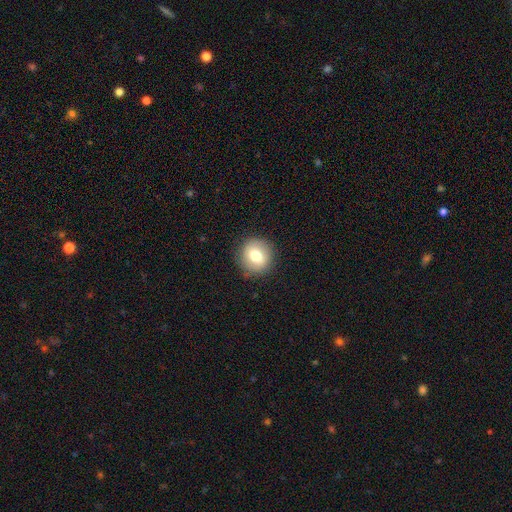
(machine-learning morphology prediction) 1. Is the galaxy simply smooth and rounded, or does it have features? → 74% smooth, 17% featured or disk, 9% star or artifact.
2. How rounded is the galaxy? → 87% round, 12% in between, 1% cigar-shaped.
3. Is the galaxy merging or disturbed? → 88% none, 9% minor disturbance, 3% major disturbance, 1% merger.